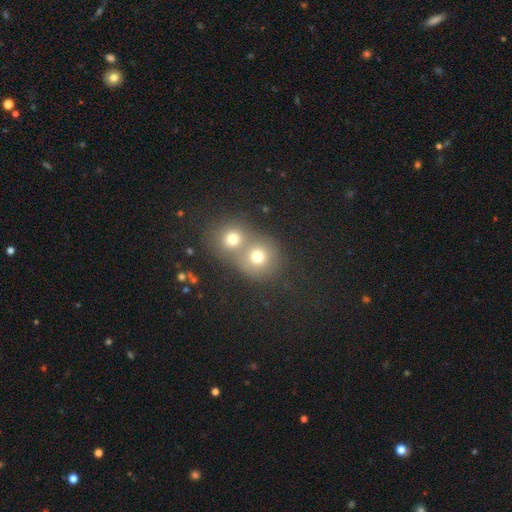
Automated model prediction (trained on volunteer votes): Smooth or featured: smooth — 62% (star or artifact — 21%)
How rounded: round — 80% (in between — 19%)
Merging: merger — 66% (none — 27%)